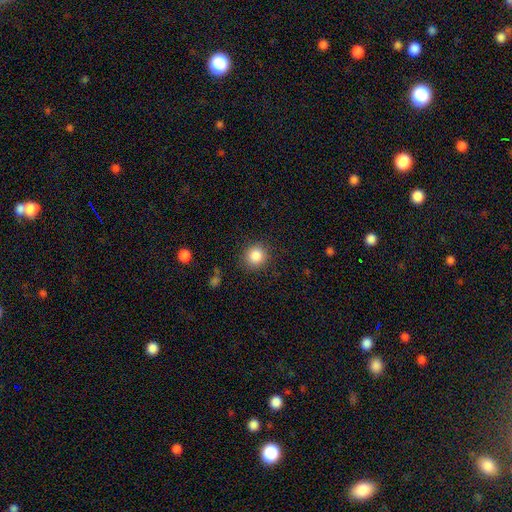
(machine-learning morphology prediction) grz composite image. It shows a smooth galaxy with no disk features (86%) that is round (90%). Merging: none (87%).